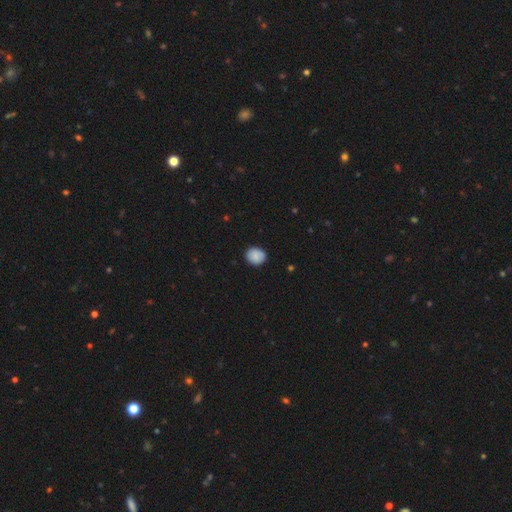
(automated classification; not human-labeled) A smooth galaxy with no disk features (86%) that is round (68%). Merging: none (84%).